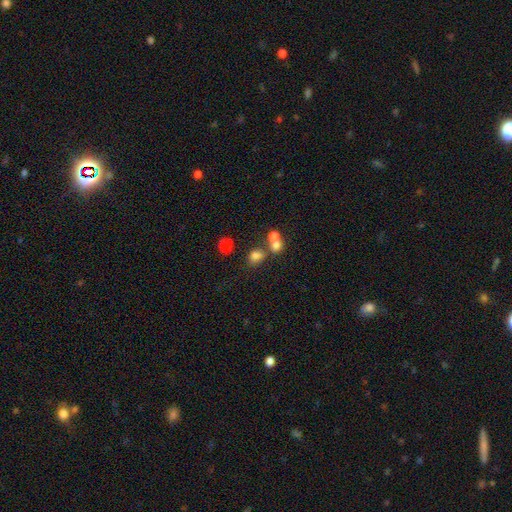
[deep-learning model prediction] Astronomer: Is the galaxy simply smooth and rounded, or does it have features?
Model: smooth — 73%.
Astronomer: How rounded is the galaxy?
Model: round — 50% (runner-up: in between, 48%).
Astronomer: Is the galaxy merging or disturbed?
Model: none — 47% (runner-up: merger, 36%).